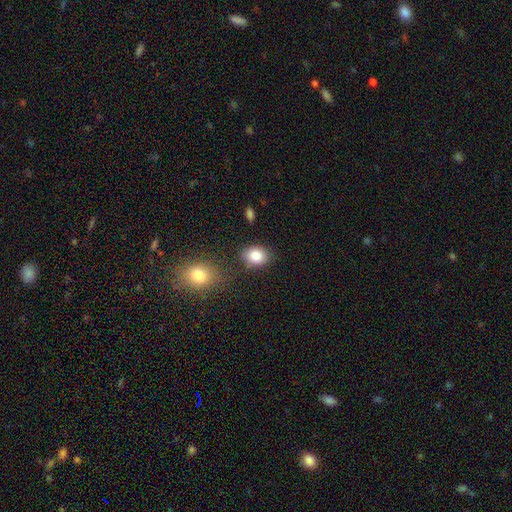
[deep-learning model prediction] This appears to be a smooth galaxy with no disk features (86%) that is in between round and cigar-shaped (57%). Merging: none (78%).